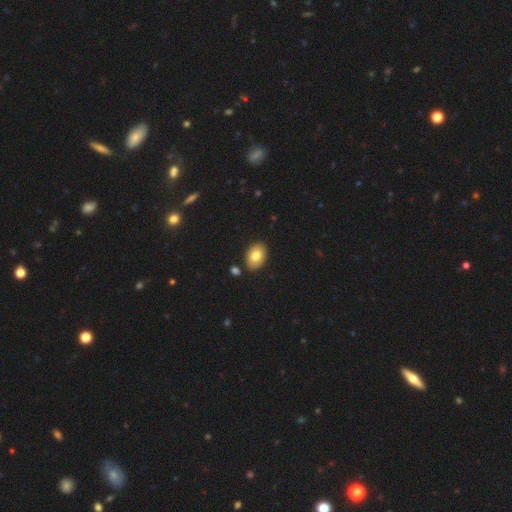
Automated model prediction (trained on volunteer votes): smooth 82%, featured or disk 11%, star or artifact 7%. Down the decision tree: how rounded — in between (84%); merging — none (86%).